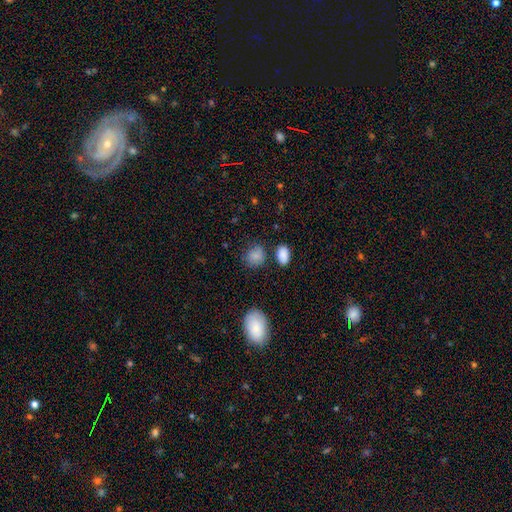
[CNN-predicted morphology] A smooth galaxy with no disk features (85%) that is round (65%).

Vote fractions:
- Smooth or featured? smooth: 85% / star or artifact: 9% / featured or disk: 6%
- How rounded? round: 65% / in between: 34% / cigar-shaped: 1%
- Merging? none: 72% / minor disturbance: 18% / merger: 6% / major disturbance: 5%